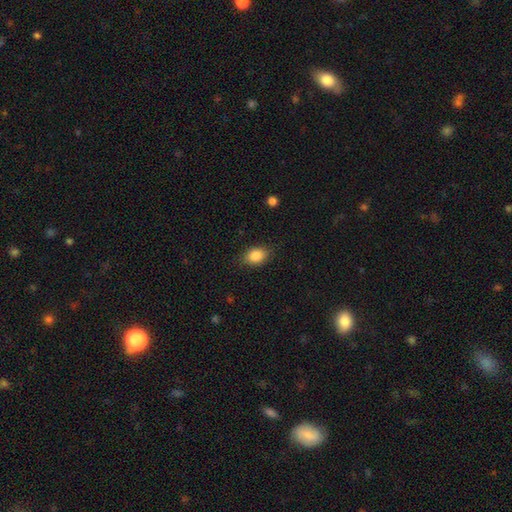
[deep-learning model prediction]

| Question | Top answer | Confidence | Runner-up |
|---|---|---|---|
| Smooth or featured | smooth | 86% | star or artifact (8%) |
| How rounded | in between | 76% | round (22%) |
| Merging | none | 82% | minor disturbance (14%) |